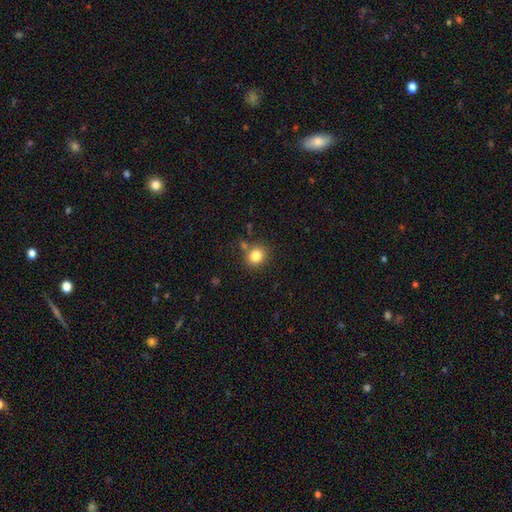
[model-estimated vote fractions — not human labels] A smooth galaxy with no disk features (82%) that is round (75%). Merging: none (76%).